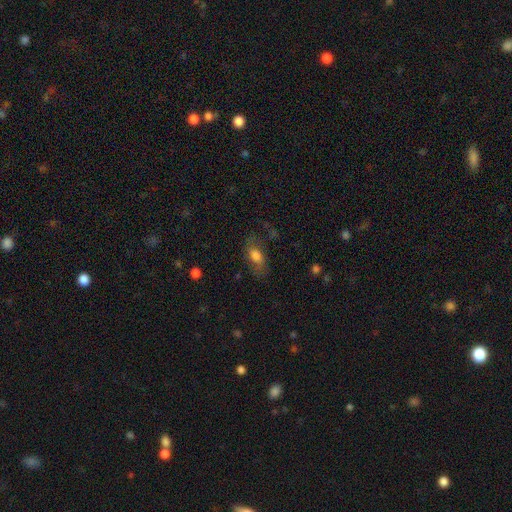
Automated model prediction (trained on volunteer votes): Overall: smooth (64%; featured or disk 26%). How rounded: in between (86%). Merging: none (59%; minor disturbance 22%).